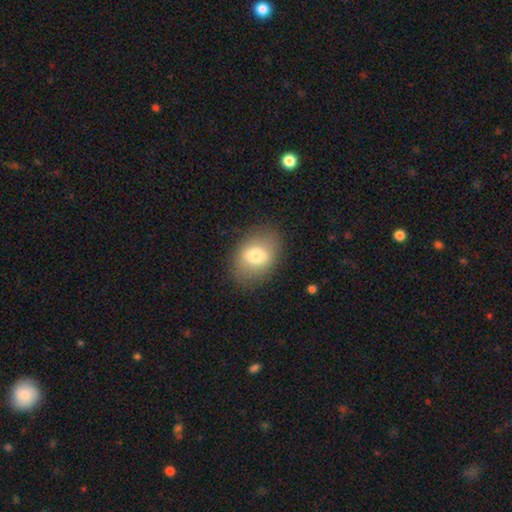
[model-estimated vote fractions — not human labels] This is likely a smooth galaxy (72%). How rounded: likely in between (71%). Merging: clearly none (83%).